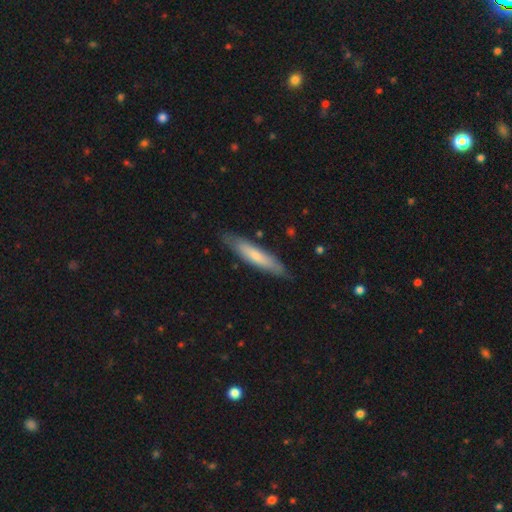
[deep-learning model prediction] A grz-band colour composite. It shows a smooth galaxy with no disk features (67%) that is cigar-shaped (86%). Merging: none (83%).